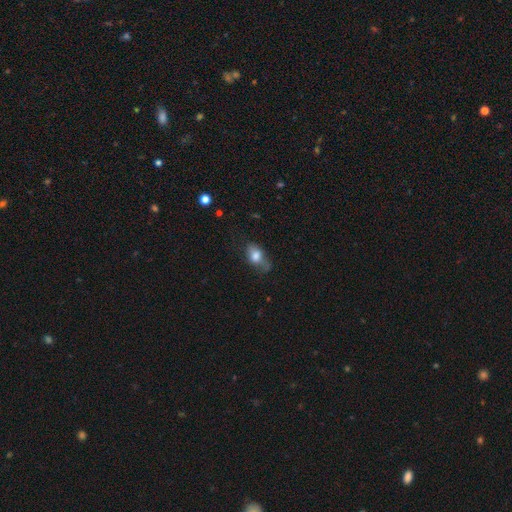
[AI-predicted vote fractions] Smooth or featured: smooth — 74% (featured or disk — 17%)
How rounded: in between — 83% (round — 13%)
Merging: none — 47% (minor disturbance — 34%)